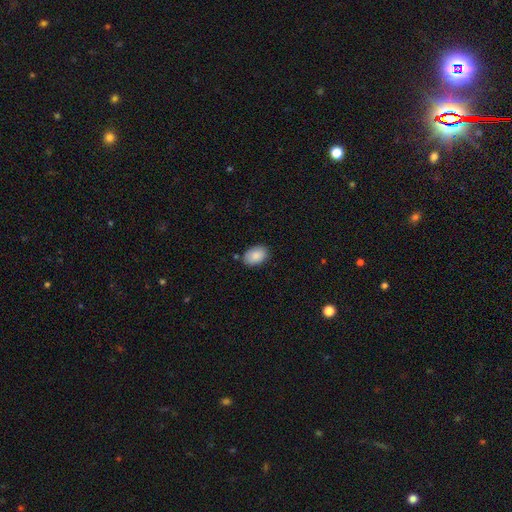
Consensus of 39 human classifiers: Smooth or featured?
  - smooth: 79% *
  - featured or disk: 10%
  - star or artifact: 10%
How rounded?
  - in between: 90% *
  - round: 10%
  - cigar-shaped: 0%
Merging?
  - none: 89% *
  - minor disturbance: 11%
  - major disturbance: 0%
  - merger: 0%